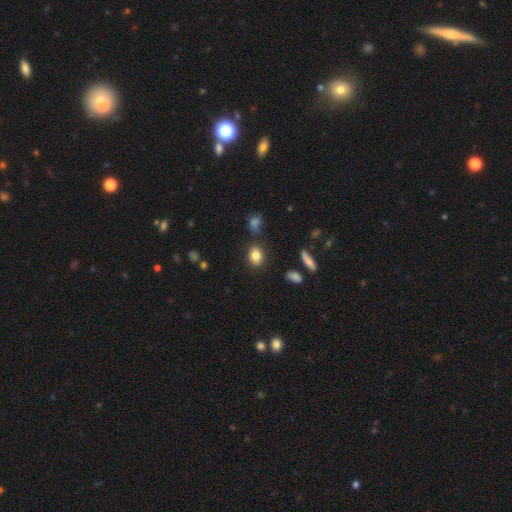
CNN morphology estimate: smooth 83%, star or artifact 9%, featured or disk 7%. Down the decision tree: how rounded — in between (64%); merging — none (82%).